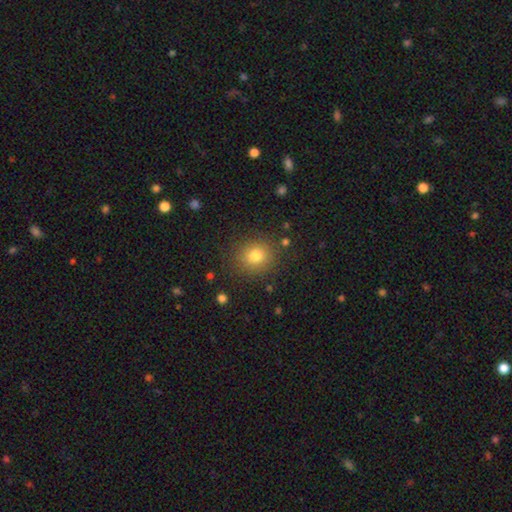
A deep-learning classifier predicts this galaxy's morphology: smooth-or-featured: smooth: 77% | star or artifact: 14% | featured or disk: 9%
  how-rounded: round: 83% | in between: 17% | cigar-shaped: 1%
  merging: none: 87% | minor disturbance: 8% | major disturbance: 3% | merger: 2%